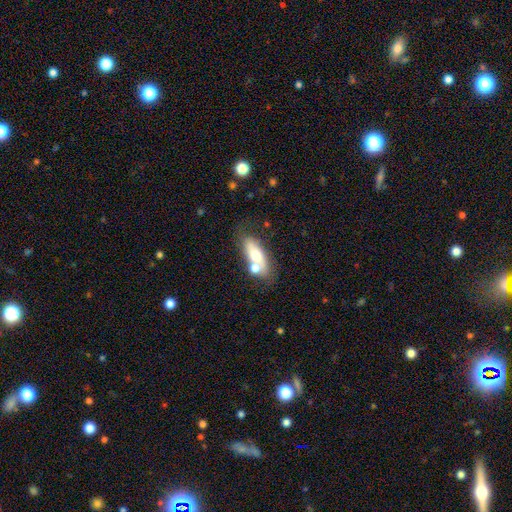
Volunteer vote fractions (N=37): Volunteers were most divided on "merging": none: 49%, merger: 34%, minor disturbance: 9%, major disturbance: 9%. More confident: how rounded — in between (73%); smooth or featured — smooth (59%).